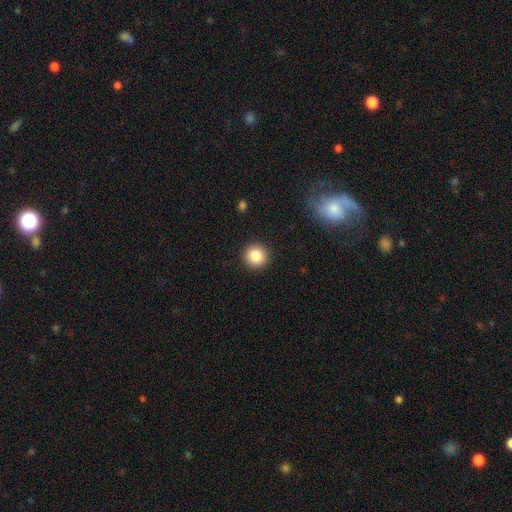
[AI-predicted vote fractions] Smooth or featured? Predicted: smooth (p=0.85). How rounded? Predicted: round (p=0.94). Merging? Predicted: none (p=0.92).